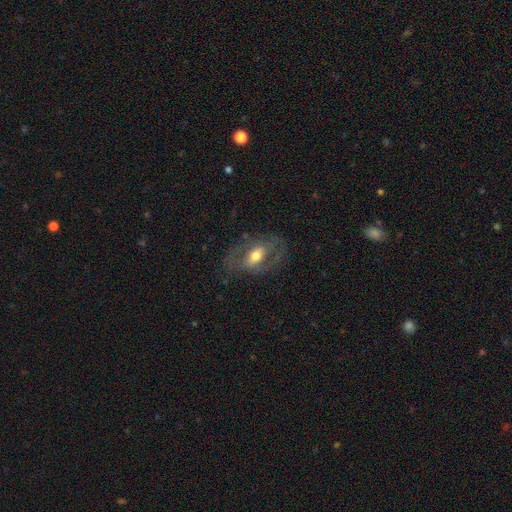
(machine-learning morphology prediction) smooth-or-featured: featured or disk: 63% | smooth: 30% | star or artifact: 7%
  disk-edge-on: no: 90% | yes: 10%
    bar: no: 36% (tied) | weak: 36% (tied) | strong: 29%
    has-spiral-arms: yes: 51% | no: 49%
    bulge-size: moderate: 68% | large: 16% | small: 14% | dominant: 1% | none: 1%
  merging: none: 69% | minor disturbance: 17% | major disturbance: 13% | merger: 1%